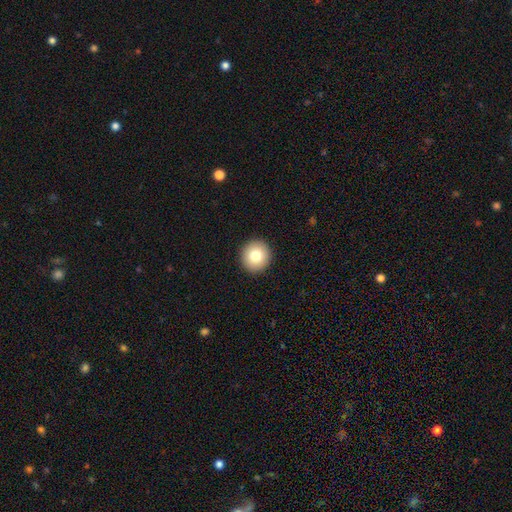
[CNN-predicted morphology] Smooth or featured? Predicted: smooth (p=0.80). How rounded? Predicted: round (p=0.93). Merging? Predicted: none (p=0.93).